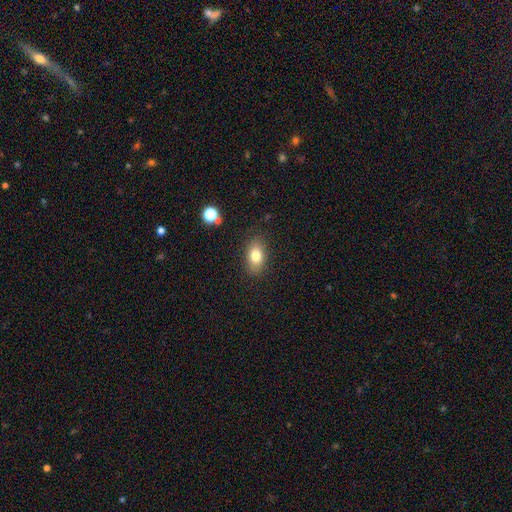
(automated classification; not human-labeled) A smooth galaxy with no disk features (79%) that is in between round and cigar-shaped (86%). Merging: none (84%).